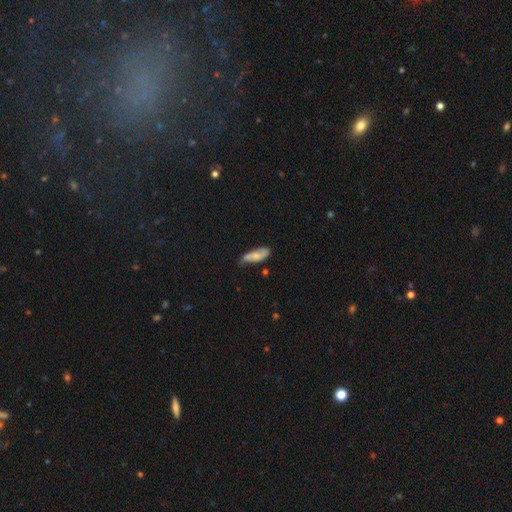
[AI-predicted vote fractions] Smooth or featured? smooth (56%)
How rounded? in between (65%)
Merging? none (56%)